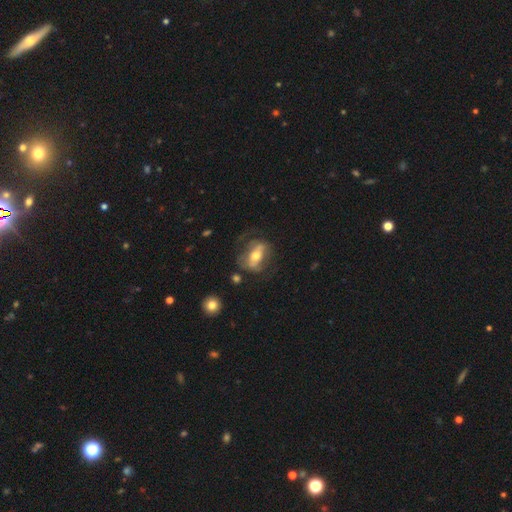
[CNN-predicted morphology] The model was most divided on "merging": none: 50%, major disturbance: 25%, minor disturbance: 21%, merger: 3%. More confident: edge-on disk — no (82%); smooth or featured — featured or disk (60%).